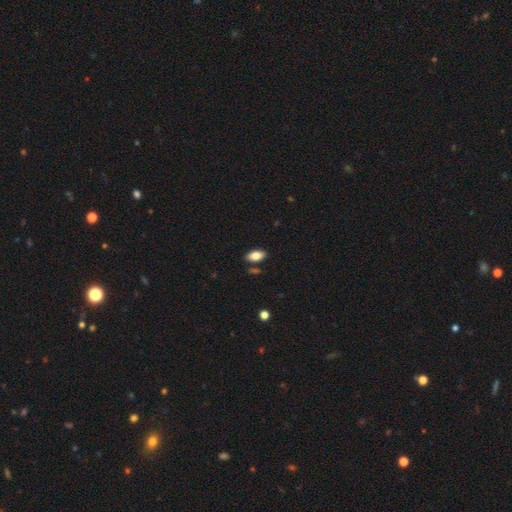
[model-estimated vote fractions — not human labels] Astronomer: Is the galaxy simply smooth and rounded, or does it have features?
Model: smooth — 81%.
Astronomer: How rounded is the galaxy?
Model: in between — 91%.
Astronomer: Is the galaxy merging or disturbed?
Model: none — 83%.